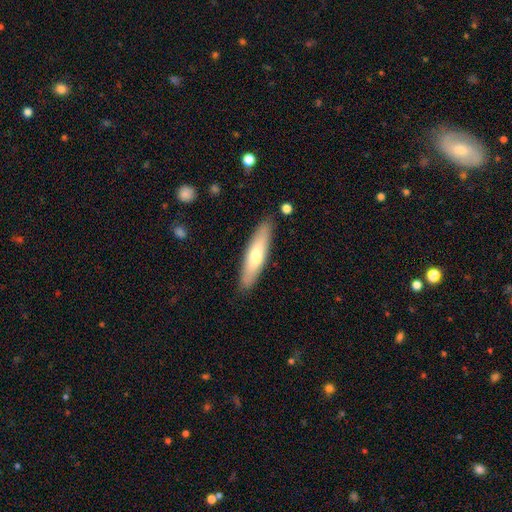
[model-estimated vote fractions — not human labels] A smooth galaxy with no disk features (63%) that is cigar-shaped (78%). Merging: none (88%).